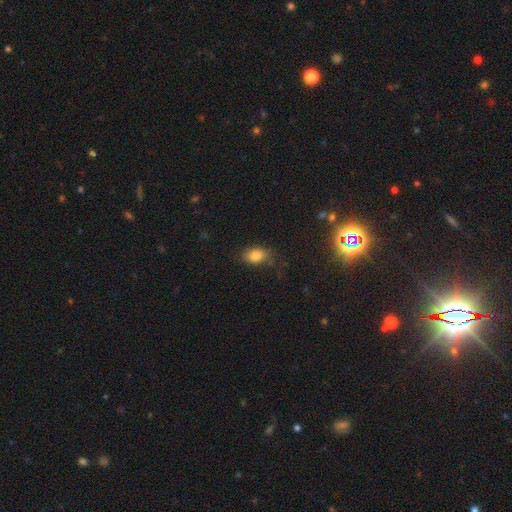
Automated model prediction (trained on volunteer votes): Q: Smooth or featured?
A: smooth (81%); runner-up: star or artifact (11%)
Q: How rounded?
A: in between (74%); runner-up: round (25%)
Q: Merging?
A: none (71%); runner-up: minor disturbance (20%)